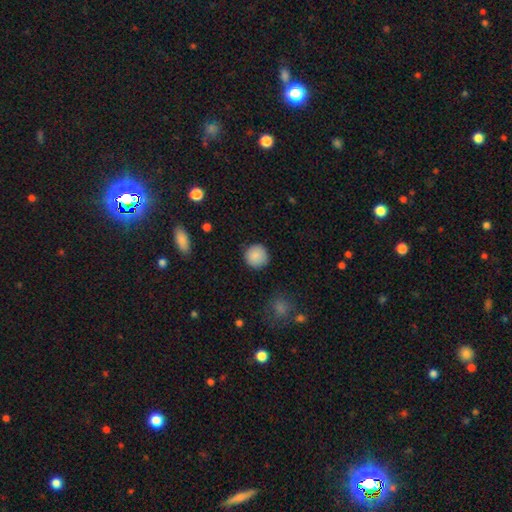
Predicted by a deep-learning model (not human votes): Smooth or featured?
  - smooth: 89% *
  - star or artifact: 8%
  - featured or disk: 4%
How rounded?
  - round: 94% *
  - in between: 5%
  - cigar-shaped: 1%
Merging?
  - none: 89% *
  - minor disturbance: 8%
  - major disturbance: 2%
  - merger: 1%